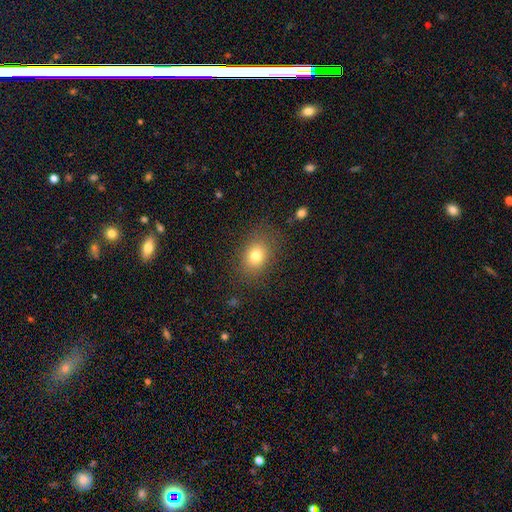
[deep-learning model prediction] smooth-or-featured: smooth: 78% | star or artifact: 12% | featured or disk: 10%
  how-rounded: in between: 59% | round: 40% | cigar-shaped: 1%
  merging: none: 82% | minor disturbance: 12% | major disturbance: 5% | merger: 1%